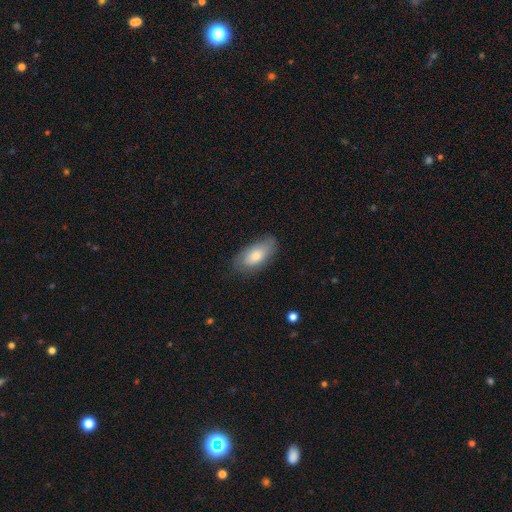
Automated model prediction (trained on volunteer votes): A smooth galaxy with no disk features (72%) that is in between round and cigar-shaped (90%).

Vote fractions:
- Smooth or featured? smooth: 72% / featured or disk: 22% / star or artifact: 6%
- How rounded? in between: 90% / cigar-shaped: 7% / round: 3%
- Merging? none: 73% / minor disturbance: 21% / major disturbance: 5% / merger: 1%